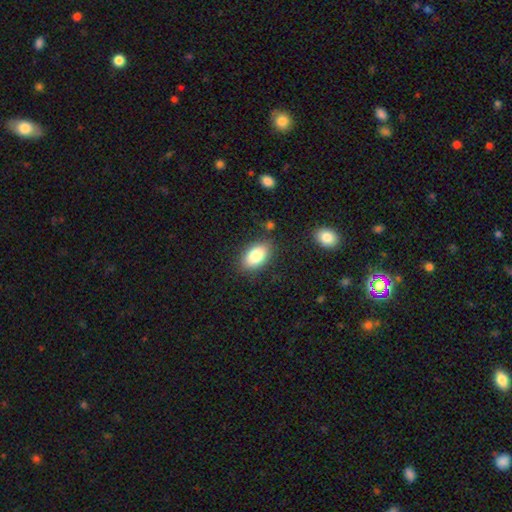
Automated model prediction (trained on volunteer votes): This appears to be a smooth galaxy with no disk features (83%) that is in between round and cigar-shaped (91%). Merging: none (84%).